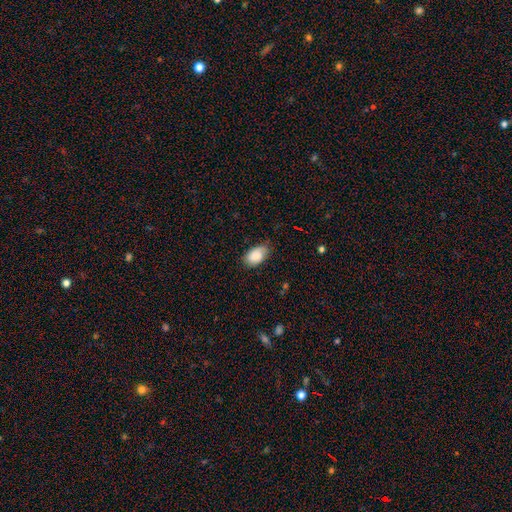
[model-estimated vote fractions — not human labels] smooth_or_featured: smooth (p=0.84) [alt: featured or disk p=0.10]
how_rounded: in between (p=0.92) [alt: round p=0.07]
merging: none (p=0.73) [alt: minor disturbance p=0.22]